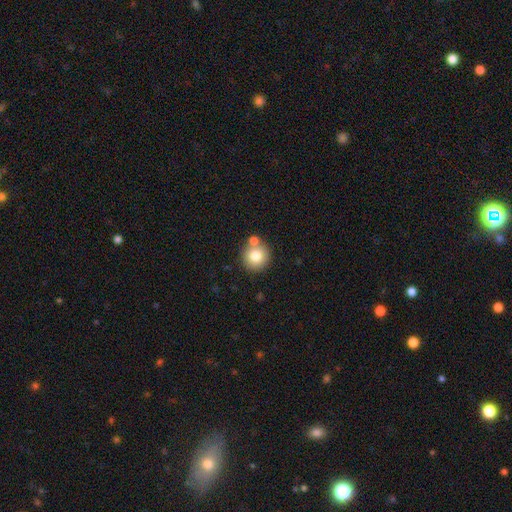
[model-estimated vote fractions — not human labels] Q: Smooth or featured?
A: smooth (77%); runner-up: featured or disk (13%)
Q: How rounded?
A: round (93%); runner-up: in between (6%)
Q: Merging?
A: none (68%); runner-up: merger (22%)